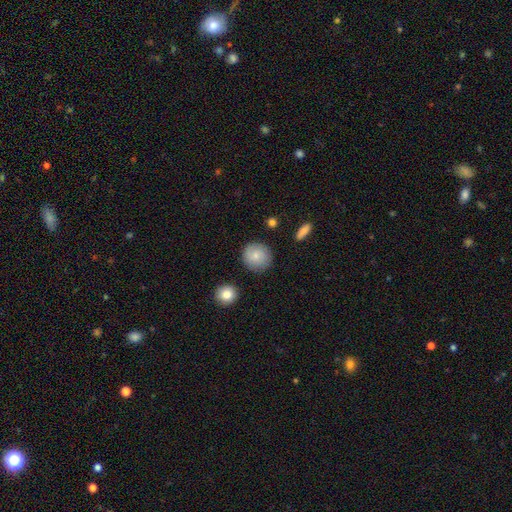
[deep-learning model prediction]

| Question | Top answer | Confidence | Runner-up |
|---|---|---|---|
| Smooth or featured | smooth | 75% | featured or disk (18%) |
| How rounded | round | 91% | in between (8%) |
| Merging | none | 84% | minor disturbance (12%) |